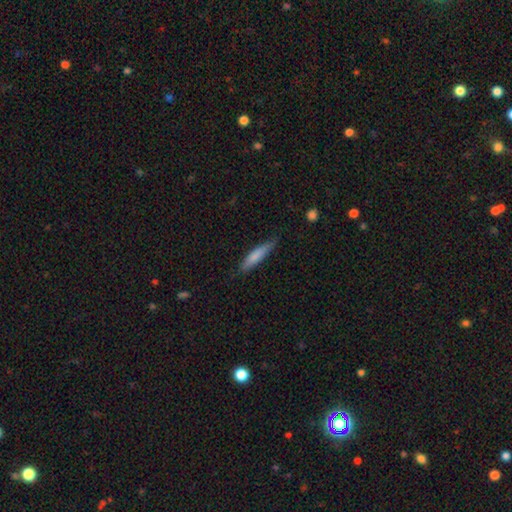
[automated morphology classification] This is likely a smooth galaxy (77%). How rounded: clearly cigar-shaped (84%). Merging: likely none (77%).